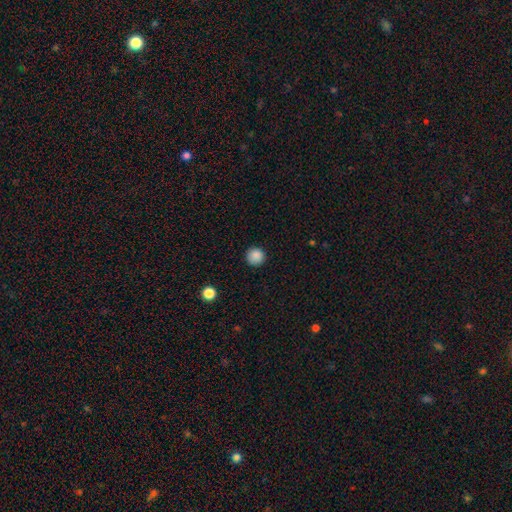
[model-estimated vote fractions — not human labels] This appears to be a smooth galaxy with no disk features (87%) that is round (95%). Merging: none (92%).